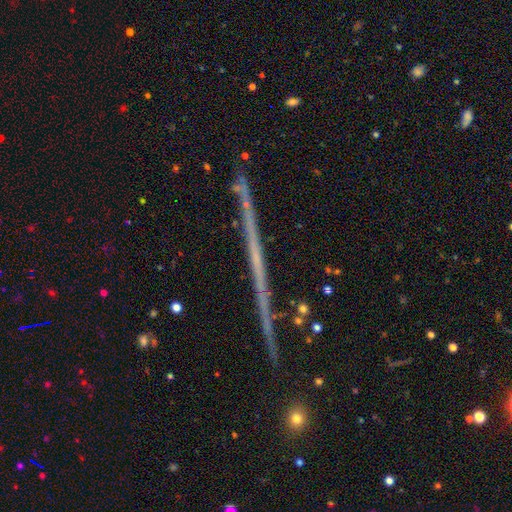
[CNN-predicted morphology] type=featured or disk (52%); edge-on=yes (95%); merging=none (90%).